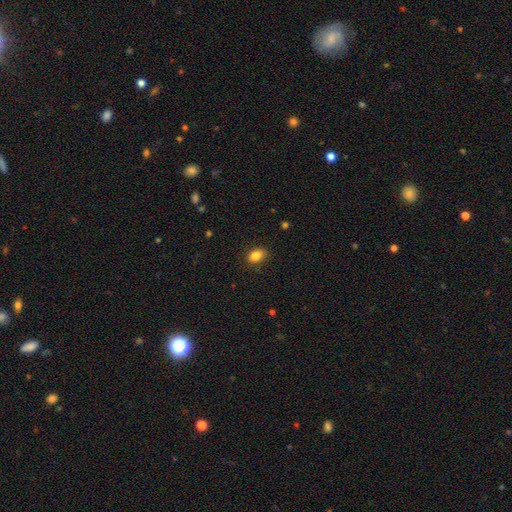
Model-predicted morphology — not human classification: A smooth galaxy with no disk features (85%) that is in between round and cigar-shaped (77%).

Vote fractions:
- Smooth or featured? smooth: 85% / star or artifact: 10% / featured or disk: 5%
- How rounded? in between: 77% / round: 22% / cigar-shaped: 1%
- Merging? none: 81% / minor disturbance: 15% / major disturbance: 3% / merger: 1%